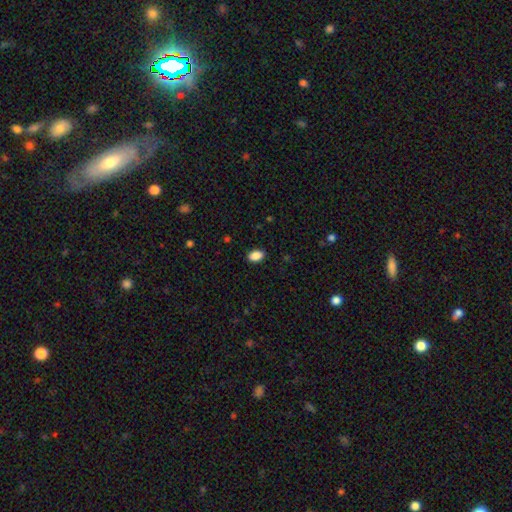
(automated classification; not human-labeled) Morphology: type=smooth (89%); roundness=in between (91%); merging=none (89%).